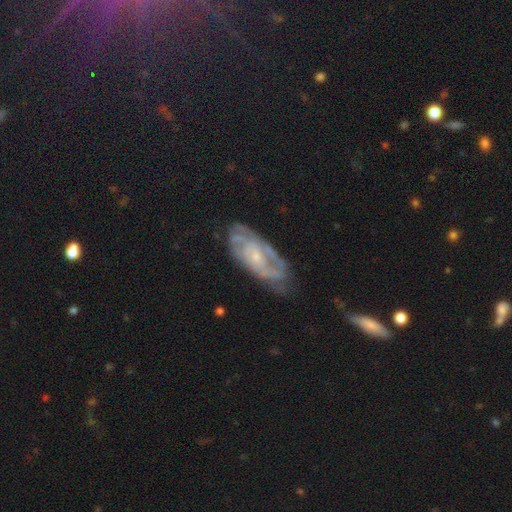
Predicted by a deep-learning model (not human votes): Q: Smooth or featured?
A: featured or disk (77%); runner-up: smooth (16%)
Q: Edge-on disk?
A: no (92%); runner-up: yes (8%)
Q: Bar?
A: no (65%); runner-up: weak (29%)
Q: Spiral arms?
A: yes (85%); runner-up: no (15%)
Q: Spiral winding?
A: tight (56%); runner-up: medium (33%)
Q: Spiral arm count?
A: can't tell (49%); runner-up: 2 (24%)
Q: Bulge size?
A: small (71%); runner-up: moderate (22%)
Q: Merging?
A: none (62%); runner-up: minor disturbance (25%)